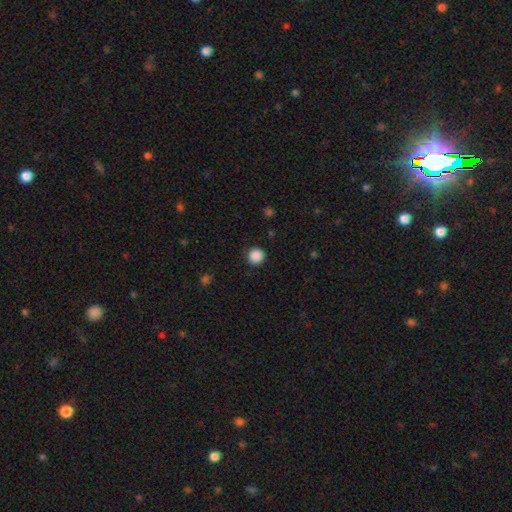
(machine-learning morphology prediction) Overall: smooth (88%). How rounded: round (94%). Merging: none (91%).